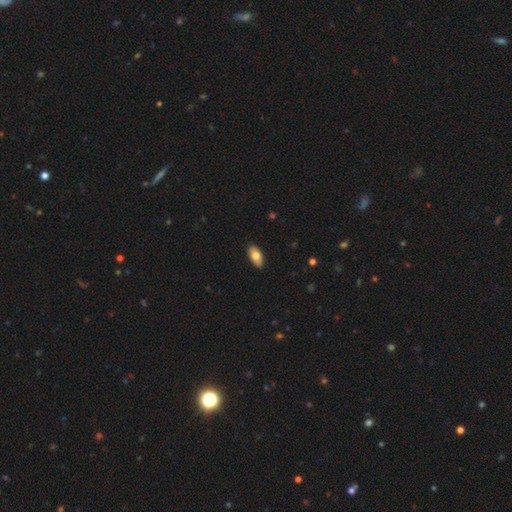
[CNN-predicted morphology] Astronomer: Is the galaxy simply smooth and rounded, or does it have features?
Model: smooth — 77%.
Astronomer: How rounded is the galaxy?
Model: in between — 92%.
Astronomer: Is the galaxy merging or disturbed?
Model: none — 88%.